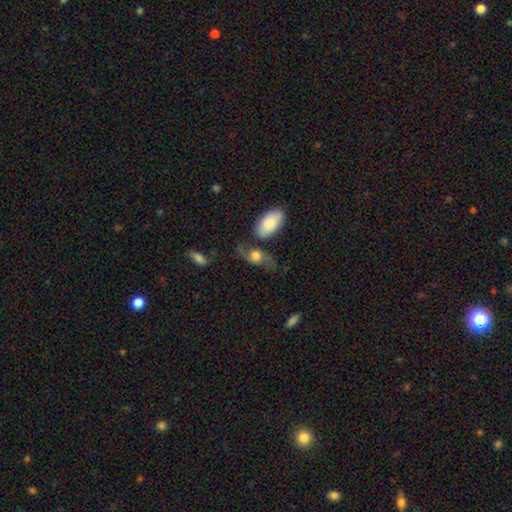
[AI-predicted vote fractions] Smooth or featured? Predicted: smooth (p=0.52). How rounded? Predicted: in between (p=0.72). Merging? Predicted: none (p=0.48).